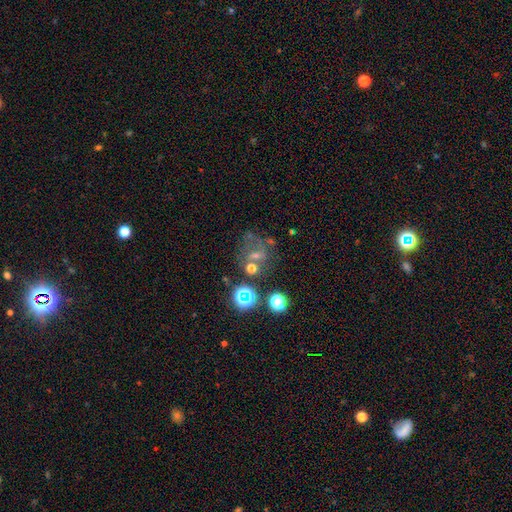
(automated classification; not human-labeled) star or artifact 42%, featured or disk 31%, smooth 27%.